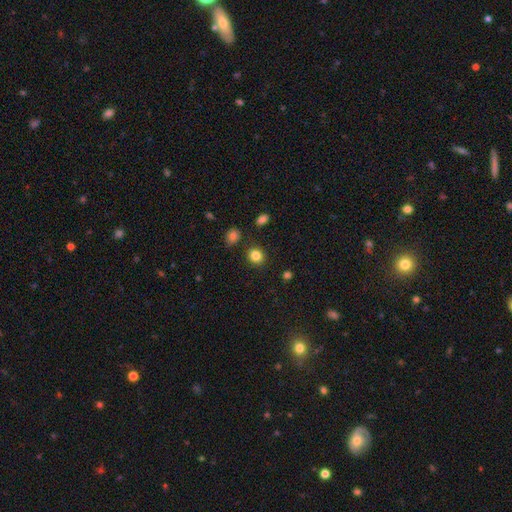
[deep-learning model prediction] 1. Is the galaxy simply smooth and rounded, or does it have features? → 84% smooth, 11% star or artifact, 5% featured or disk.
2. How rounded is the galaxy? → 80% round, 19% in between, 1% cigar-shaped.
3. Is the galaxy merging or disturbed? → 87% none, 8% minor disturbance, 3% merger, 2% major disturbance.